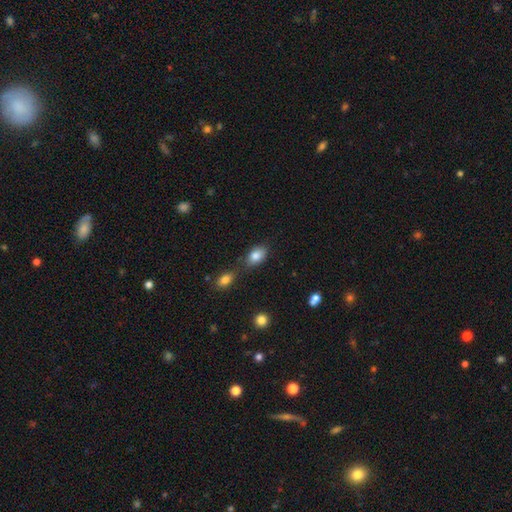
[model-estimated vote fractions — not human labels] A smooth galaxy with no disk features (84%) that is in between round and cigar-shaped (87%). Merging: none (58%).